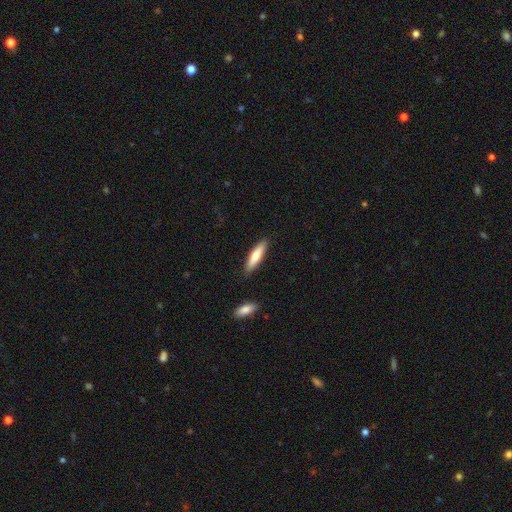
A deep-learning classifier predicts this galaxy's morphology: smooth 72%, featured or disk 23%, star or artifact 5%. Down the decision tree: how rounded — cigar-shaped (77%); merging — none (88%).